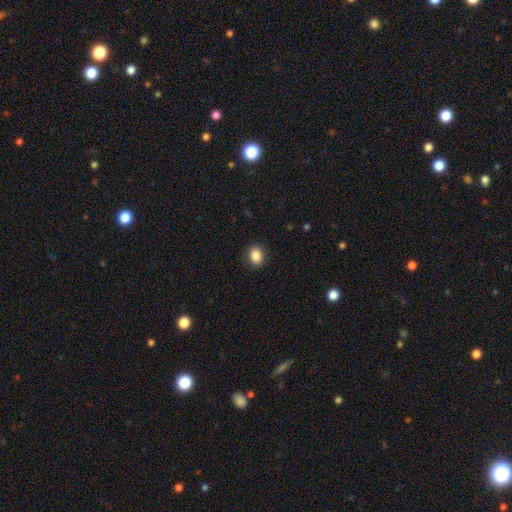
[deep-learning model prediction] A smooth galaxy with no disk features (87%) that is round (51%).

Vote fractions:
- Smooth or featured? smooth: 87% / star or artifact: 9% / featured or disk: 4%
- How rounded? round: 51% / in between: 48% / cigar-shaped: 1%
- Merging? none: 90% / minor disturbance: 7% / major disturbance: 2% / merger: 1%